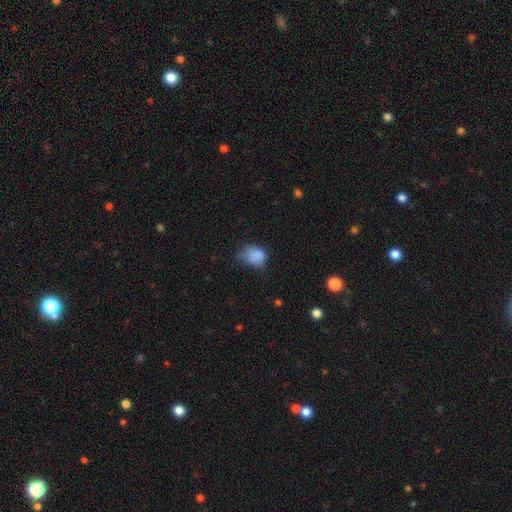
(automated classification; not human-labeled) Q: Smooth or featured?
A: smooth (80%); runner-up: star or artifact (11%)
Q: How rounded?
A: in between (66%); runner-up: round (33%)
Q: Merging?
A: minor disturbance (43%); runner-up: none (34%)